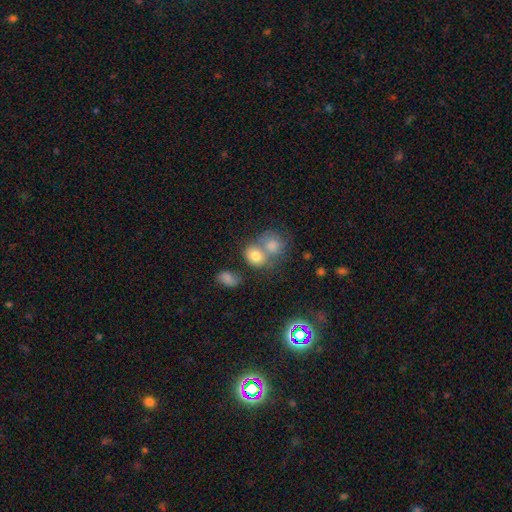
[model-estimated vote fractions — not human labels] Smooth or featured? Predicted: smooth (p=0.74). How rounded? Predicted: round (p=0.60). Merging? Predicted: merger (p=0.49).